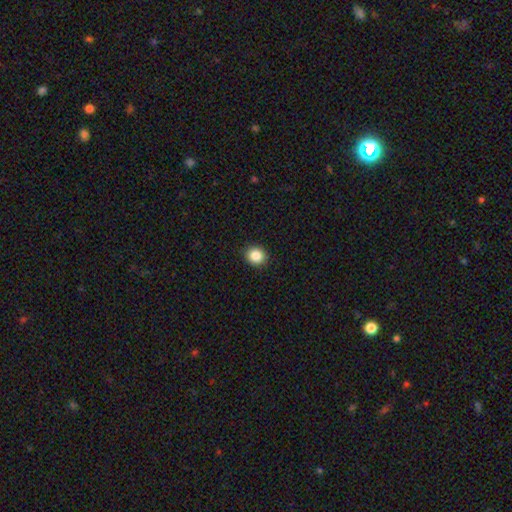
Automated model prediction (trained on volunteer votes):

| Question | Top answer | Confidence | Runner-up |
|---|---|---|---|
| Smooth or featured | smooth | 87% | star or artifact (9%) |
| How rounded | round | 79% | in between (20%) |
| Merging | none | 92% | minor disturbance (6%) |